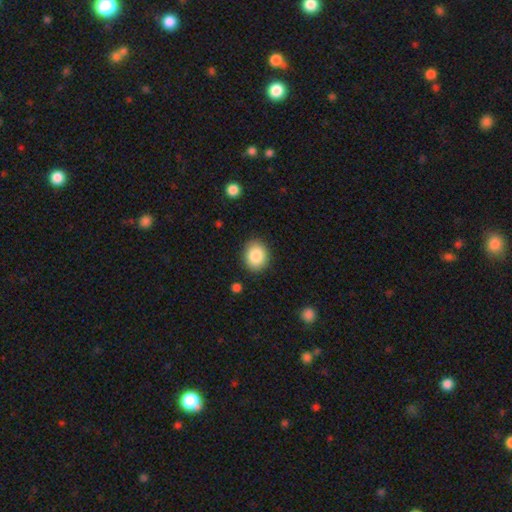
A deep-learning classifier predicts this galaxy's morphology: Smooth or featured?
  - smooth: 86% *
  - star or artifact: 8%
  - featured or disk: 6%
How rounded?
  - round: 60% *
  - in between: 40%
  - cigar-shaped: 1%
Merging?
  - none: 88% *
  - minor disturbance: 9%
  - major disturbance: 2%
  - merger: 2%